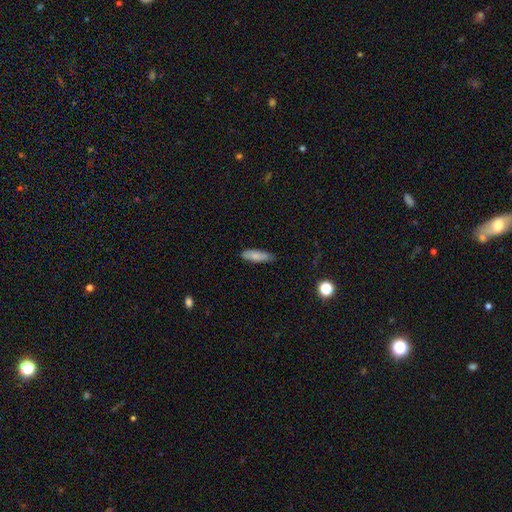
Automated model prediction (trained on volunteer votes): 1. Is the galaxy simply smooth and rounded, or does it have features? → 81% smooth, 12% featured or disk, 7% star or artifact.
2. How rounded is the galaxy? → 49% cigar-shaped (tied), 49% in between (tied), 2% round.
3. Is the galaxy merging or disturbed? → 78% none, 18% minor disturbance, 3% major disturbance, 1% merger.